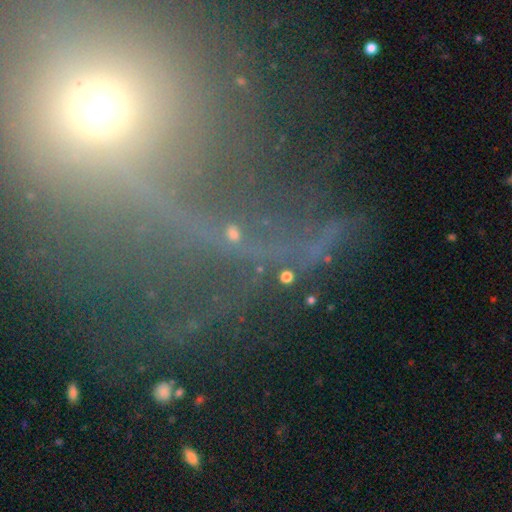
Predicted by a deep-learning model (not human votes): A star or artifact, not a galaxy (46%).